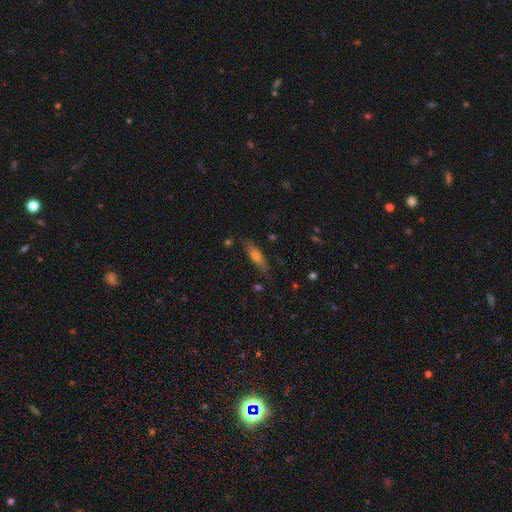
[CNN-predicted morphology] smooth-or-featured: smooth: 58% | featured or disk: 31% | star or artifact: 11%
  how-rounded: cigar-shaped: 71% | in between: 26% | round: 3%
  merging: none: 83% | minor disturbance: 12% | major disturbance: 3% | merger: 2%